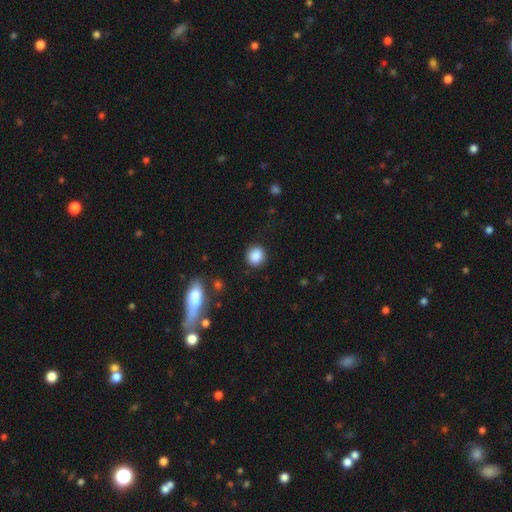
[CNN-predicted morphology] Smooth or featured: smooth — 87% (star or artifact — 9%)
How rounded: round — 84% (in between — 15%)
Merging: none — 88% (minor disturbance — 8%)